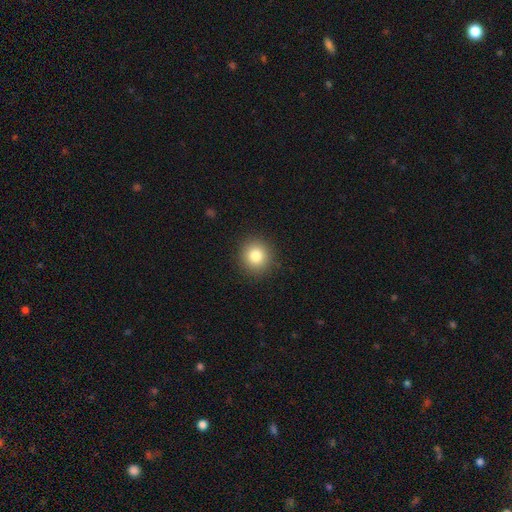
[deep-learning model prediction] Q: Smooth or featured?
A: smooth (82%); runner-up: star or artifact (11%)
Q: How rounded?
A: round (91%); runner-up: in between (8%)
Q: Merging?
A: none (91%); runner-up: minor disturbance (6%)